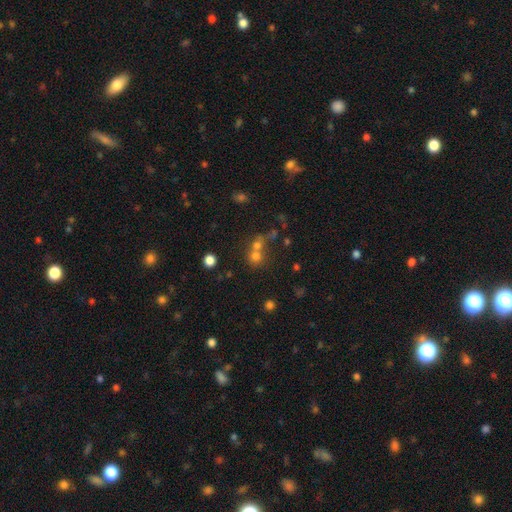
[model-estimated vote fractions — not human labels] This is likely a smooth galaxy (68%). How rounded: clearly round (84%). Merging: possibly merger (52%).